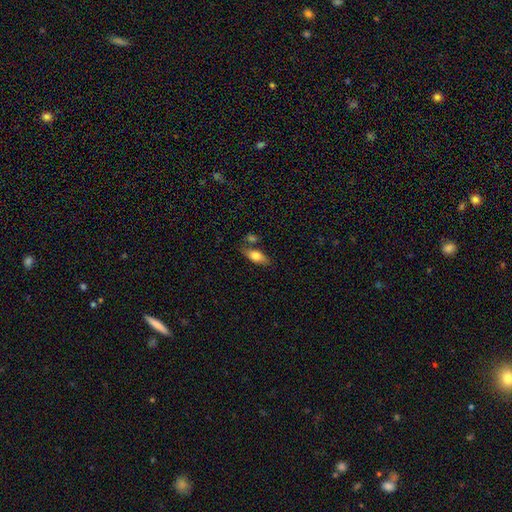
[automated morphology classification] smooth_or_featured: smooth (p=0.72) [alt: featured or disk p=0.21]
how_rounded: in between (p=0.78) [alt: cigar-shaped p=0.18]
merging: none (p=0.65) [alt: minor disturbance p=0.16]